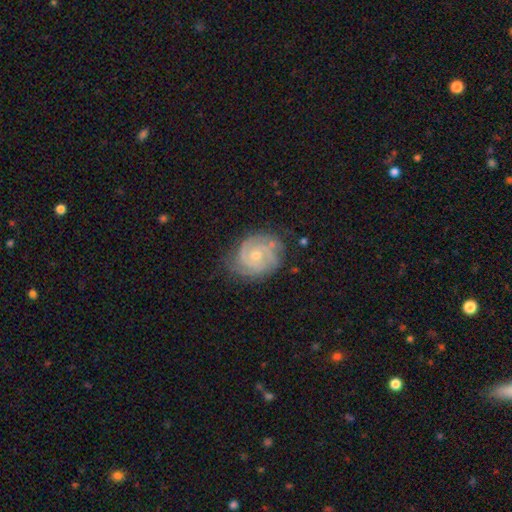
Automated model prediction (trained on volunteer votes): Q: Smooth or featured?
A: featured or disk (87%); runner-up: smooth (7%)
Q: Edge-on disk?
A: no (98%); runner-up: yes (2%)
Q: Bar?
A: no (71%); runner-up: weak (24%)
Q: Spiral arms?
A: yes (97%); runner-up: no (3%)
Q: Spiral winding?
A: tight (72%); runner-up: medium (24%)
Q: Spiral arm count?
A: 2 (34%); runner-up: 3 (32%)
Q: Bulge size?
A: small (51%); runner-up: moderate (46%)
Q: Merging?
A: none (77%); runner-up: minor disturbance (17%)